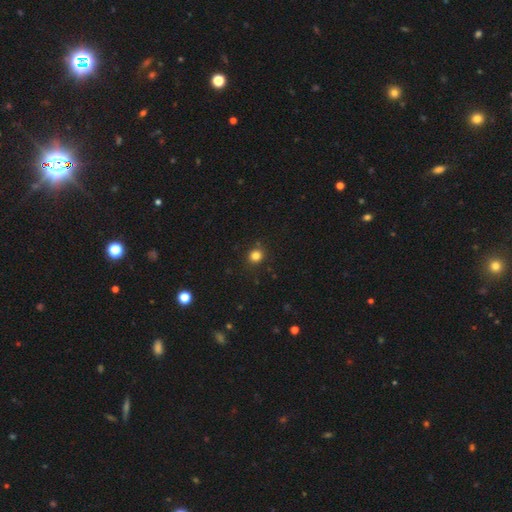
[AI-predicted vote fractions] This appears to be a smooth galaxy with no disk features (82%) that is round (88%). Merging: none (88%).